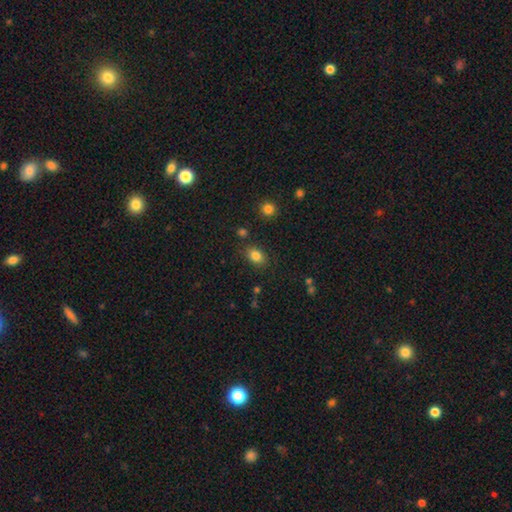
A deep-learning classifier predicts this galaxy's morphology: smooth 84%, star or artifact 10%, featured or disk 6%. Down the decision tree: how rounded — in between (75%); merging — none (81%).